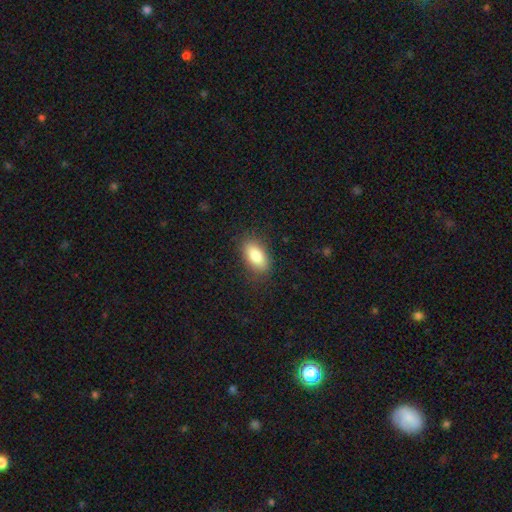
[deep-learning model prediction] Smooth or featured: smooth — 83% (featured or disk — 10%)
How rounded: in between — 89% (cigar-shaped — 6%)
Merging: none — 85% (minor disturbance — 11%)